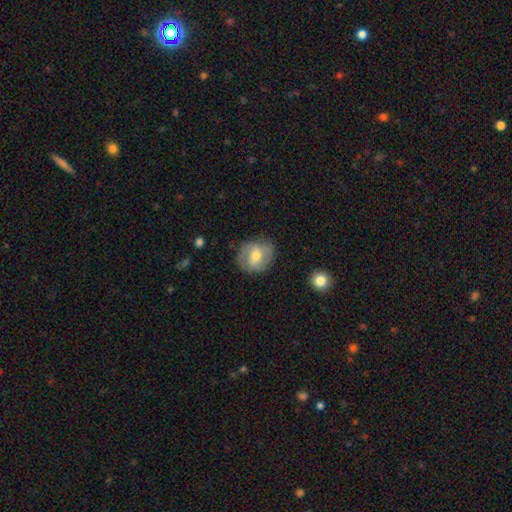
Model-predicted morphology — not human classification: This appears to be a featured or disk galaxy (47%, tied with smooth). Merging: none (74%).